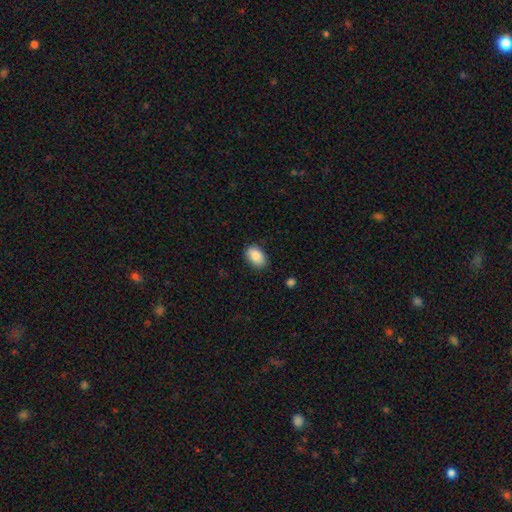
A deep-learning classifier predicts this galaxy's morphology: A smooth galaxy with no disk features (88%) that is in between round and cigar-shaped (87%).

Vote fractions:
- Smooth or featured? smooth: 88% / star or artifact: 7% / featured or disk: 5%
- How rounded? in between: 87% / round: 11% / cigar-shaped: 1%
- Merging? none: 84% / minor disturbance: 13% / major disturbance: 3% / merger: 1%